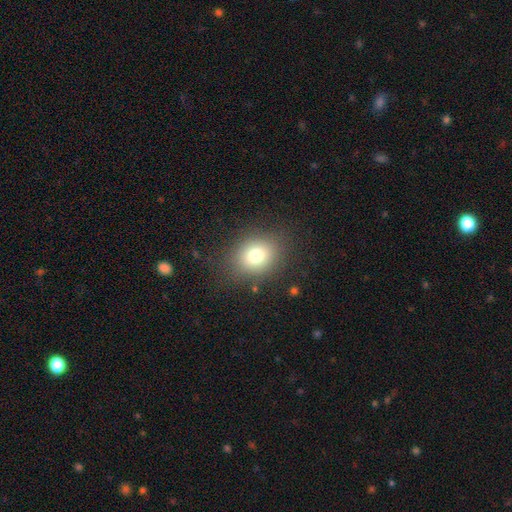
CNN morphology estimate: Smooth or featured?
  - smooth: 76% *
  - star or artifact: 13%
  - featured or disk: 11%
How rounded?
  - round: 58% *
  - in between: 41%
  - cigar-shaped: 1%
Merging?
  - none: 82% *
  - minor disturbance: 11%
  - major disturbance: 5%
  - merger: 1%